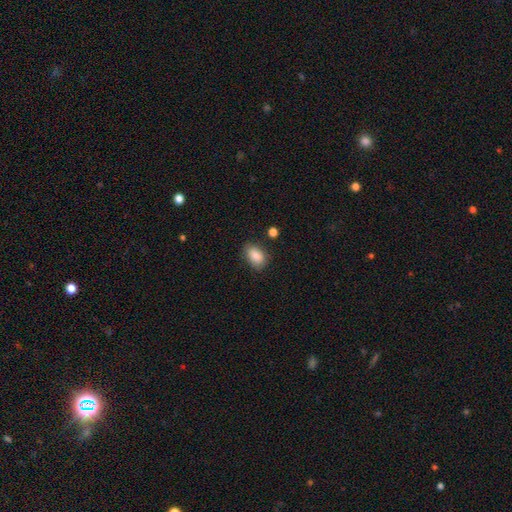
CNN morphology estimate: Q: Smooth or featured?
A: smooth (87%); runner-up: star or artifact (8%)
Q: How rounded?
A: in between (88%); runner-up: round (11%)
Q: Merging?
A: none (79%); runner-up: minor disturbance (15%)